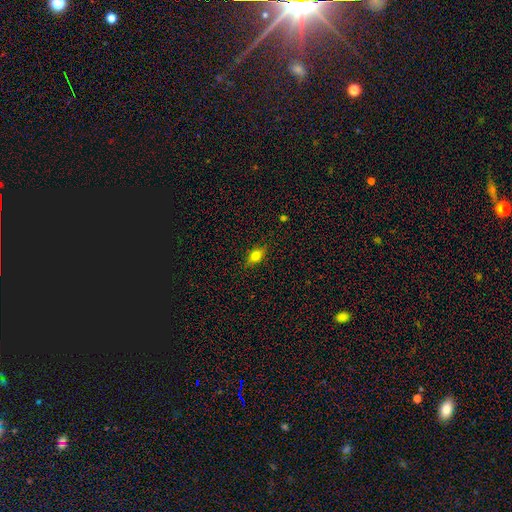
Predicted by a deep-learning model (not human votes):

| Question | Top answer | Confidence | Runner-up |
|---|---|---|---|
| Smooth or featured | smooth | 67% | featured or disk (22%) |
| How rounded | in between | 74% | cigar-shaped (14%) |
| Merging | none | 84% | minor disturbance (12%) |